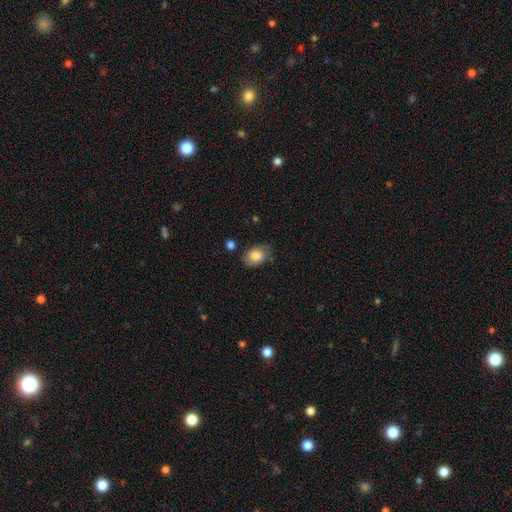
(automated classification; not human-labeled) A smooth galaxy with no disk features (83%) that is in between round and cigar-shaped (81%).

Vote fractions:
- Smooth or featured? smooth: 83% / featured or disk: 10% / star or artifact: 7%
- How rounded? in between: 81% / round: 18% / cigar-shaped: 1%
- Merging? none: 75% / minor disturbance: 18% / major disturbance: 4% / merger: 3%